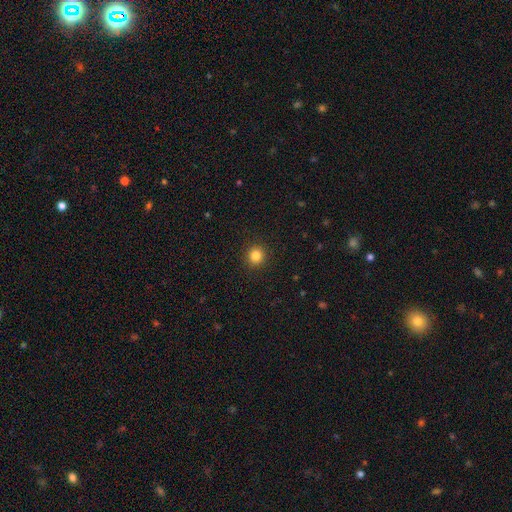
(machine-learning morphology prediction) A smooth galaxy with no disk features (84%) that is round (93%). Merging: none (92%).